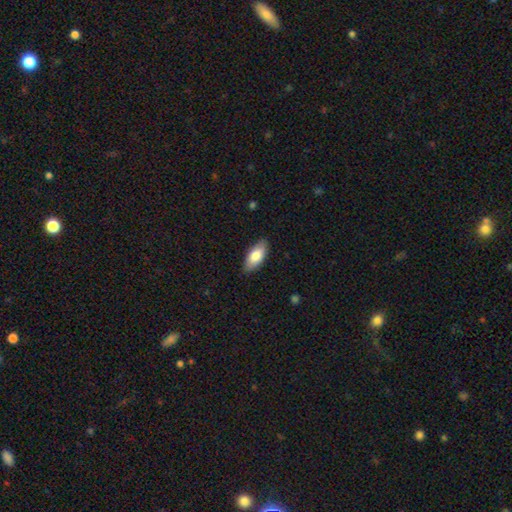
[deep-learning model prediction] Overall: smooth (80%). How rounded: in between (87%). Merging: none (86%).